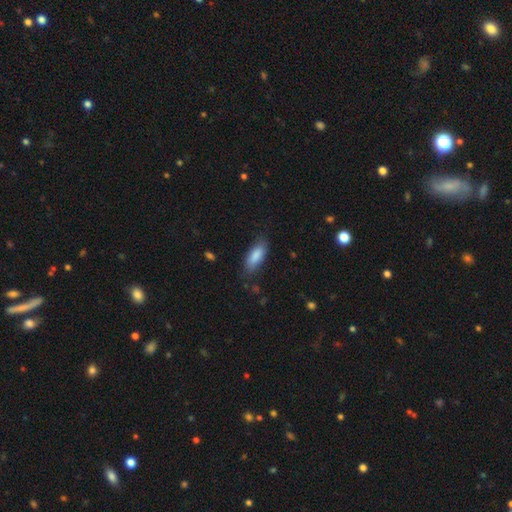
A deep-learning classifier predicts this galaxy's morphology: smooth 85%, featured or disk 9%, star or artifact 6%. Down the decision tree: how rounded — in between (76%); merging — none (77%).